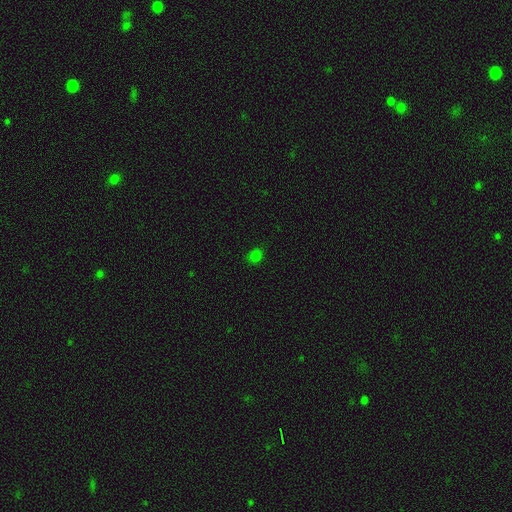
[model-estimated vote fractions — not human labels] Overall: smooth (76%). How rounded: round (69%; in between 29%). Merging: none (86%).